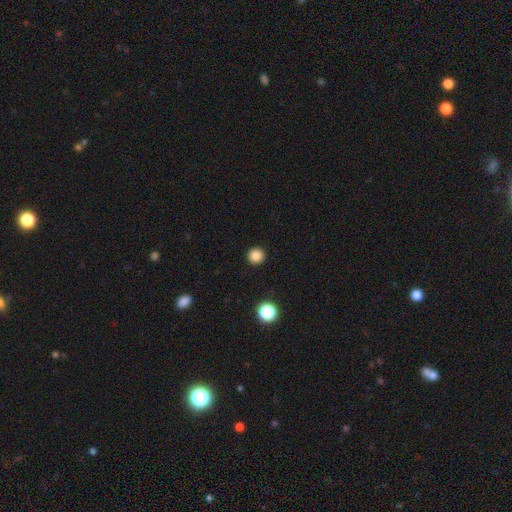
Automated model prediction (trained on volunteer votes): This appears to be a smooth galaxy with no disk features (84%) that is round (95%). Merging: none (93%).